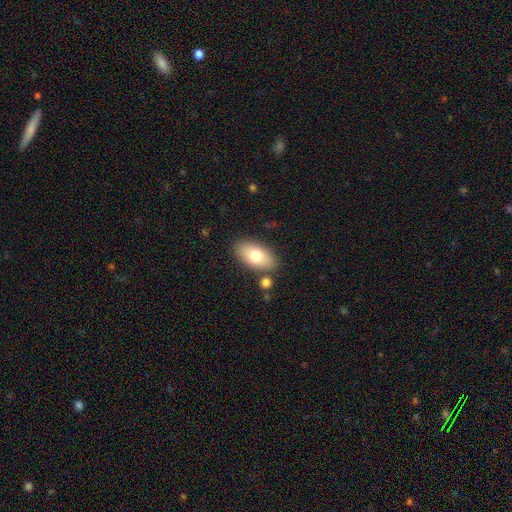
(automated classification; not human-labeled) Q: Smooth or featured?
A: smooth (74%); runner-up: featured or disk (19%)
Q: How rounded?
A: in between (93%); runner-up: round (4%)
Q: Merging?
A: none (81%); runner-up: minor disturbance (11%)